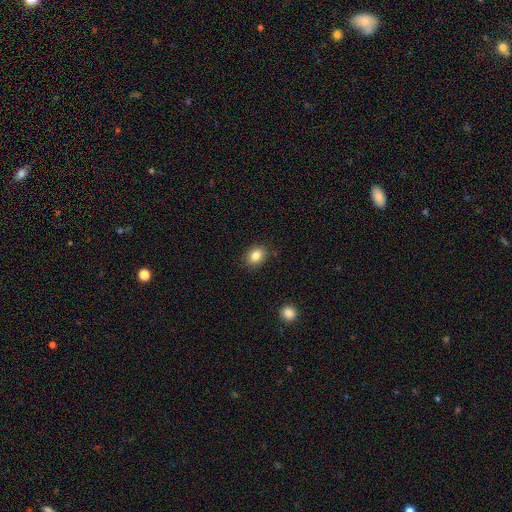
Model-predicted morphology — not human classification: Q: Smooth or featured?
A: smooth (84%); runner-up: star or artifact (9%)
Q: How rounded?
A: in between (60%); runner-up: round (39%)
Q: Merging?
A: none (86%); runner-up: minor disturbance (10%)